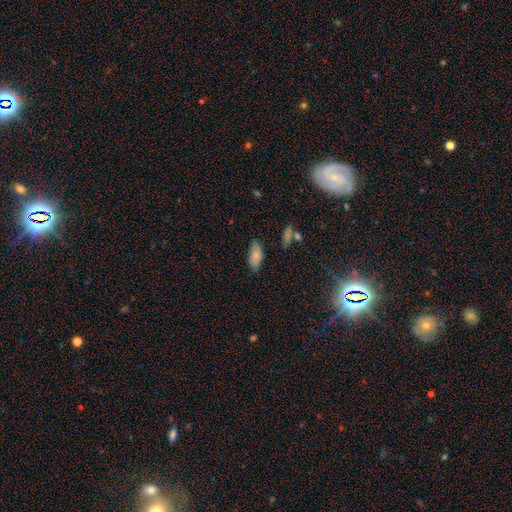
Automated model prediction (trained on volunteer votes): smooth 83%, featured or disk 10%, star or artifact 8%. Down the decision tree: how rounded — in between (87%); merging — none (75%).